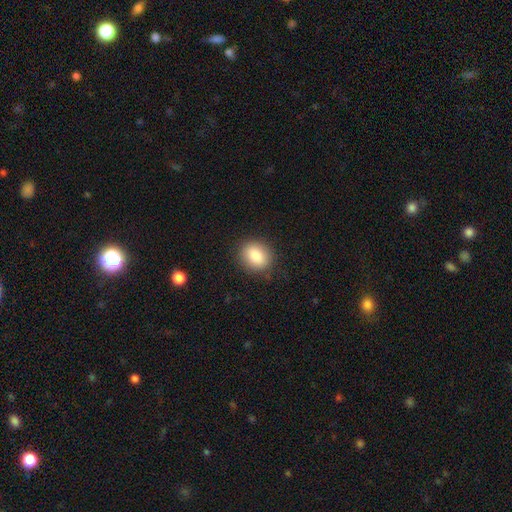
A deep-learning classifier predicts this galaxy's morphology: This appears to be a smooth galaxy with no disk features (82%) that is round (61%). Merging: none (87%).